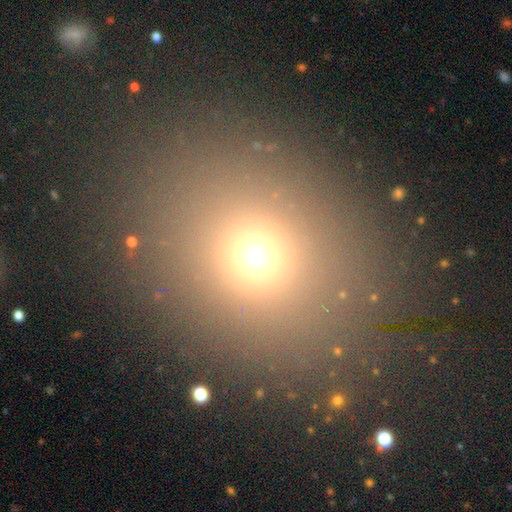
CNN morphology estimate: smooth 67%, star or artifact 25%, featured or disk 9%. Down the decision tree: how rounded — round (71%); merging — none (84%).